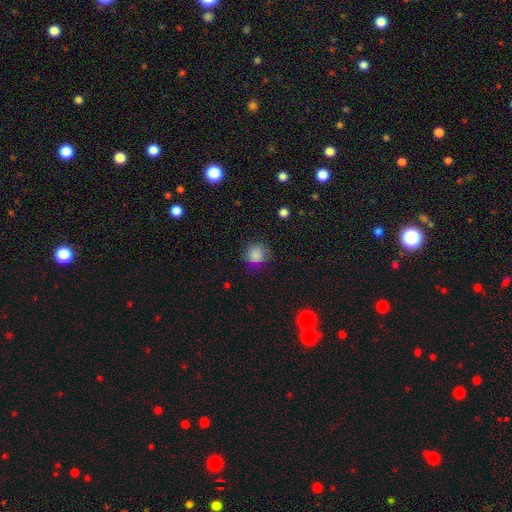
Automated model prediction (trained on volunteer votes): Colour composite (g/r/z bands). It shows a smooth galaxy with no disk features (84%) that is round (84%). Merging: none (74%).